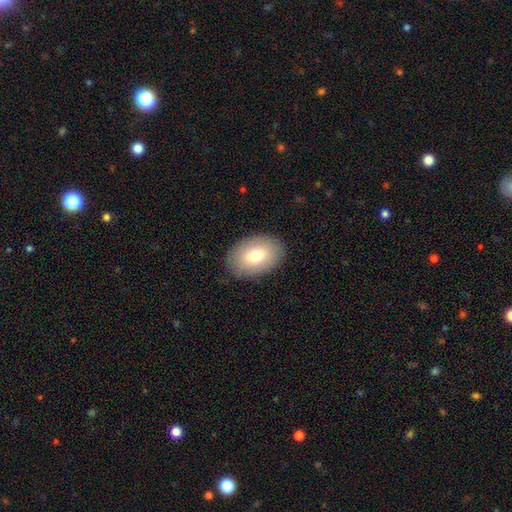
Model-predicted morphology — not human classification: A smooth galaxy with no disk features (75%) that is in between round and cigar-shaped (85%). Merging: none (88%).